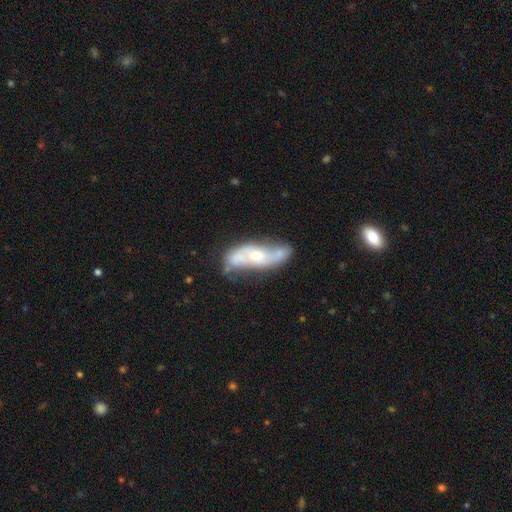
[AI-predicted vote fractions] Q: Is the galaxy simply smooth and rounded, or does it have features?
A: featured or disk — 71%.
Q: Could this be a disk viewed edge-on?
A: no — 85%.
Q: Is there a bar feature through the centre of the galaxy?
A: no — 61%.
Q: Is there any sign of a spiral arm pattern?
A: yes — 77%.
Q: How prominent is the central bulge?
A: moderate — 61%.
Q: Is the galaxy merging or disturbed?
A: none — 50%.